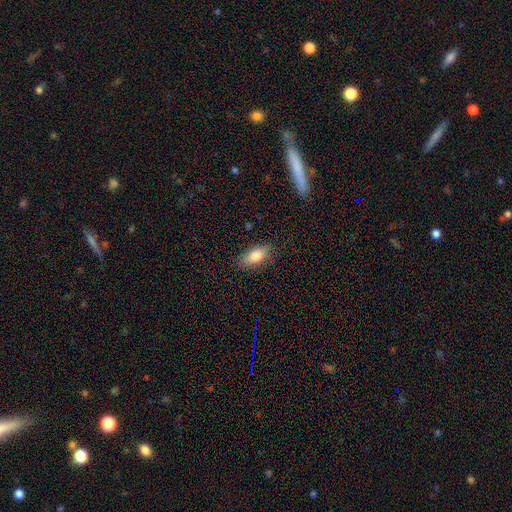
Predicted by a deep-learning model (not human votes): Smooth or featured?
  - smooth: 80% *
  - featured or disk: 12%
  - star or artifact: 7%
How rounded?
  - in between: 83% *
  - cigar-shaped: 13%
  - round: 4%
Merging?
  - none: 82% *
  - minor disturbance: 13%
  - major disturbance: 3%
  - merger: 1%